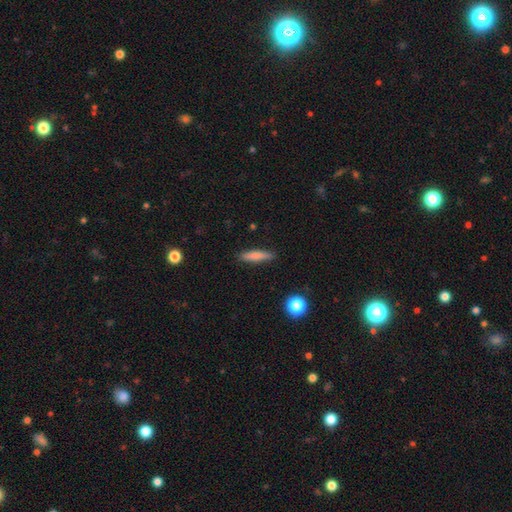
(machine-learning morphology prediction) Overall: smooth (76%). How rounded: cigar-shaped (84%). Merging: none (87%).